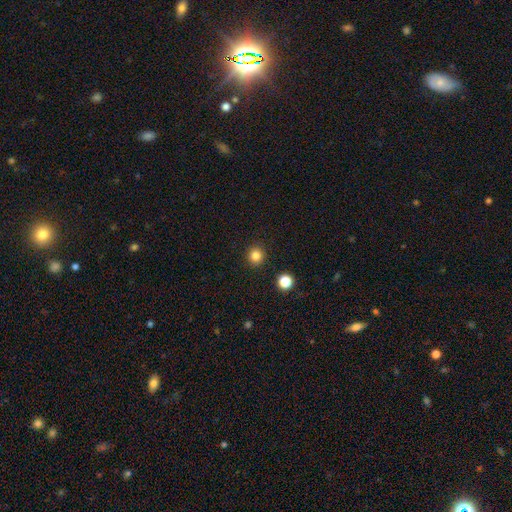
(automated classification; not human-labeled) Smooth or featured? Predicted: smooth (p=0.84). How rounded? Predicted: round (p=0.93). Merging? Predicted: none (p=0.92).